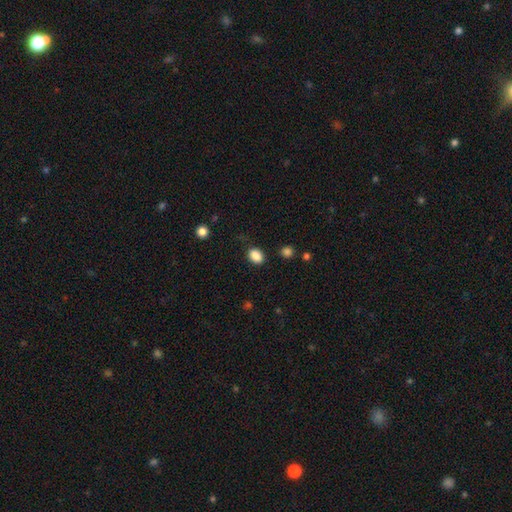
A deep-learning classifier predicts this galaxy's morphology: smooth 88%, star or artifact 9%, featured or disk 3%. Down the decision tree: how rounded — in between (72%); merging — none (80%).